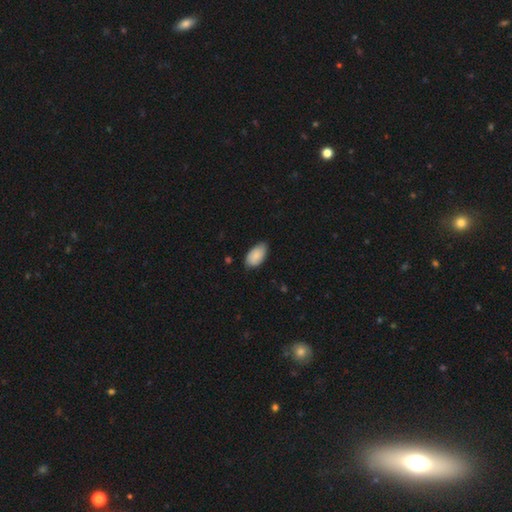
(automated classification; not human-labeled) Morphology: type=smooth (83%); roundness=in between (95%); merging=none (71%).